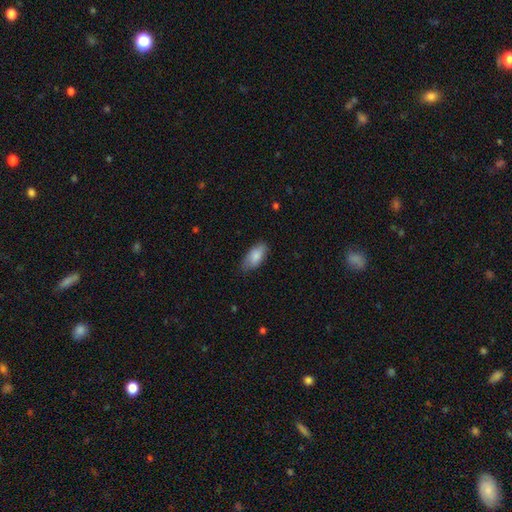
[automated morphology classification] type=smooth (84%); roundness=in between (90%); merging=none (76%).